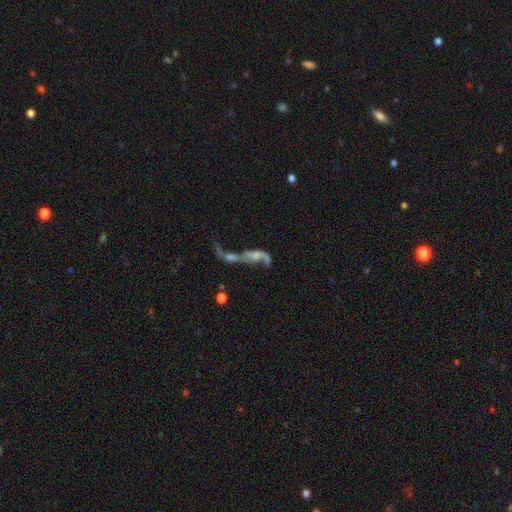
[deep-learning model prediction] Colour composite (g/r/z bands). It shows a featured or disk galaxy (64%) with no bar (71%), spiral arms (61%) and no central bulge (36%). Merging: merger (68%).